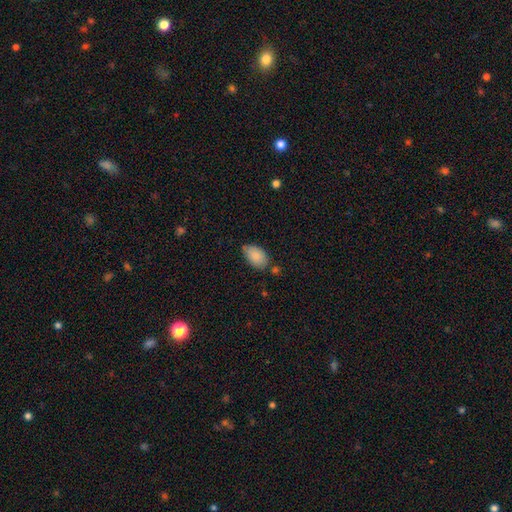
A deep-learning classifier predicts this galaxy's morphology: Smooth or featured?
  - smooth: 85% *
  - featured or disk: 8%
  - star or artifact: 7%
How rounded?
  - in between: 93% *
  - round: 6%
  - cigar-shaped: 1%
Merging?
  - none: 66% *
  - minor disturbance: 25%
  - merger: 5%
  - major disturbance: 4%